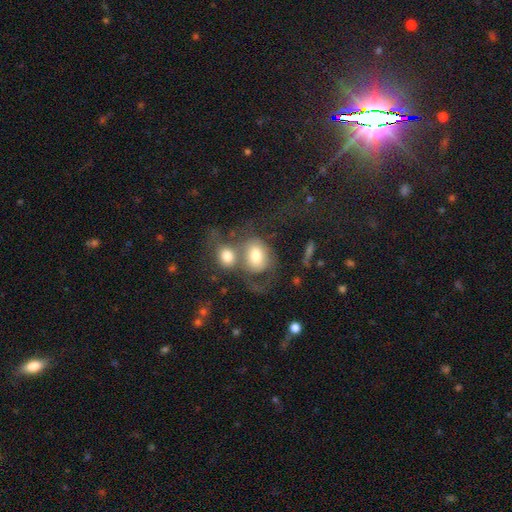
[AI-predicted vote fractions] smooth-or-featured: smooth: 60% | featured or disk: 31% | star or artifact: 9%
  how-rounded: in between: 56% | round: 43% | cigar-shaped: 1%
  merging: merger: 62% | none: 16% | major disturbance: 14% | minor disturbance: 8%